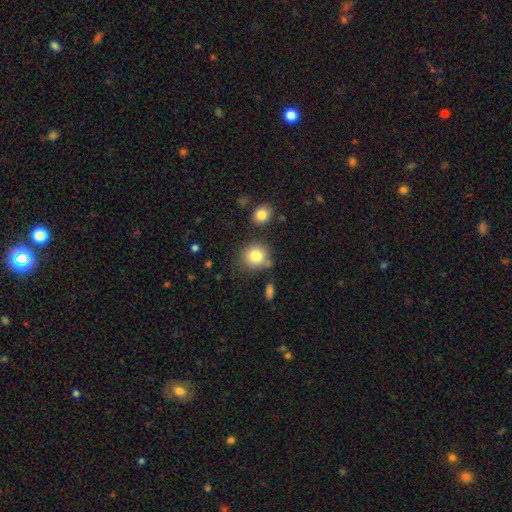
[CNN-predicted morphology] A smooth galaxy with no disk features (82%) that is round (85%).

Vote fractions:
- Smooth or featured? smooth: 82% / star or artifact: 10% / featured or disk: 9%
- How rounded? round: 85% / in between: 14% / cigar-shaped: 1%
- Merging? none: 75% / minor disturbance: 12% / merger: 9% / major disturbance: 4%